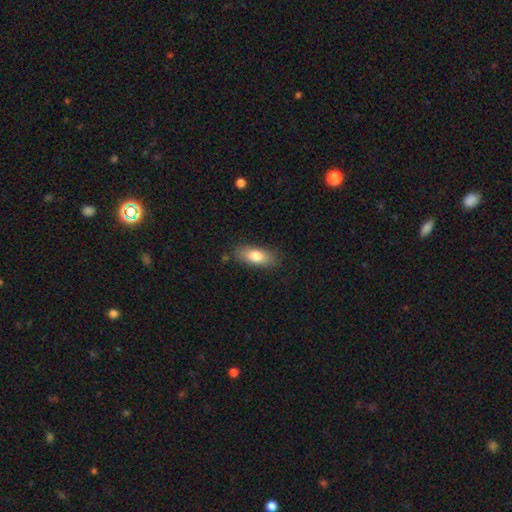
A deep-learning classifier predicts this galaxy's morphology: A smooth galaxy with no disk features (76%) that is in between round and cigar-shaped (78%). Merging: none (82%).